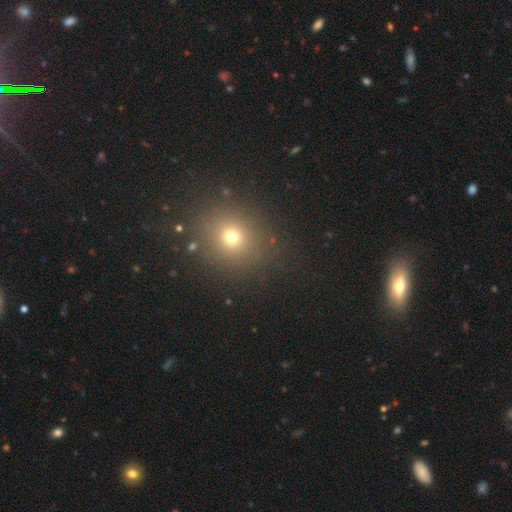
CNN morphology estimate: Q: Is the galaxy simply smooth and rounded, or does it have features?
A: smooth — 56%.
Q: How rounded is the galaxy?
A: round — 75%.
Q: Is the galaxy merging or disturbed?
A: none — 88%.